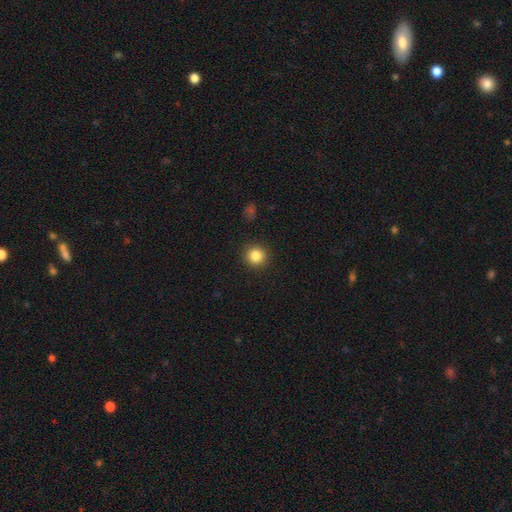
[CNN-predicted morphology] Overall: smooth (85%). How rounded: round (94%). Merging: none (92%).